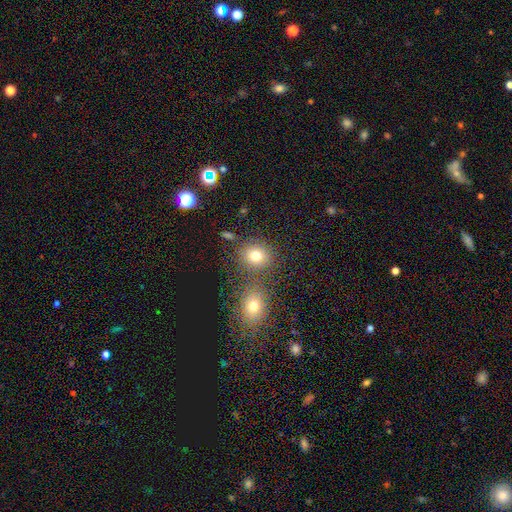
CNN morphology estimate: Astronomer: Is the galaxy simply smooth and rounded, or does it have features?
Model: smooth — 76%.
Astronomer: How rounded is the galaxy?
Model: round — 78%.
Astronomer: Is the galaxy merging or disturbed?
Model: none — 72%.